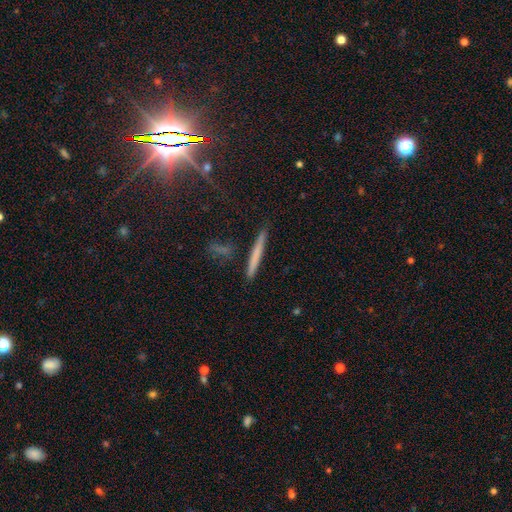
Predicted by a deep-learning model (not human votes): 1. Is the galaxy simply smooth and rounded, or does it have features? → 60% smooth, 32% featured or disk, 8% star or artifact.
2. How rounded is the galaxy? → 96% cigar-shaped, 2% in between, 2% round.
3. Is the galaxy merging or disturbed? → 87% none, 9% minor disturbance, 2% merger, 2% major disturbance.